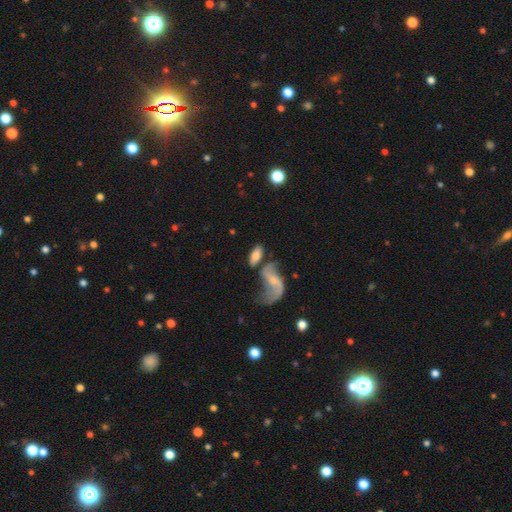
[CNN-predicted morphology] Q: Smooth or featured?
A: smooth (60%); runner-up: featured or disk (33%)
Q: How rounded?
A: in between (88%); runner-up: cigar-shaped (7%)
Q: Merging?
A: none (43%); runner-up: merger (28%)